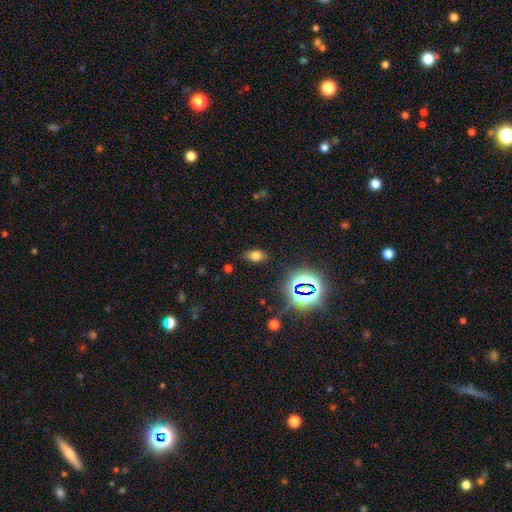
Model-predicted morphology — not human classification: This is likely a smooth galaxy (67%). How rounded: clearly in between (85%). Merging: clearly none (83%).